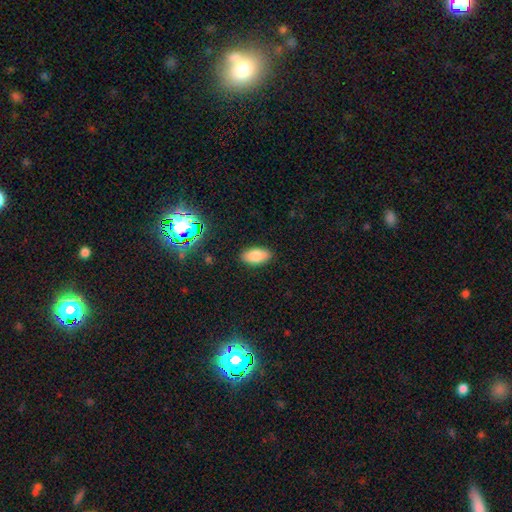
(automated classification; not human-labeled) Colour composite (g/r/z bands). It shows a smooth galaxy with no disk features (83%) that is in between round and cigar-shaped (93%). Merging: none (87%).